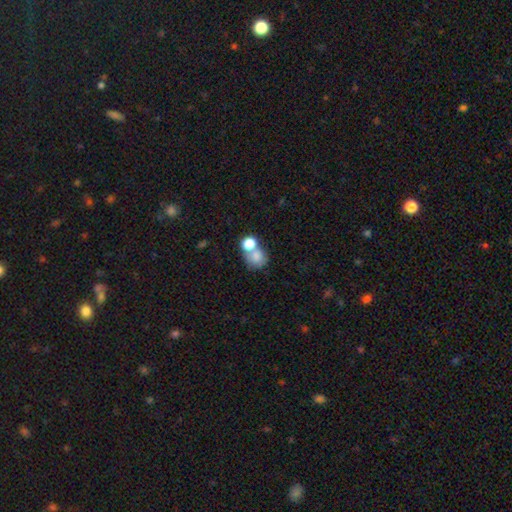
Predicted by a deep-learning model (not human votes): Q: Smooth or featured?
A: smooth (76%); runner-up: featured or disk (12%)
Q: How rounded?
A: round (72%); runner-up: in between (27%)
Q: Merging?
A: merger (49%); runner-up: none (36%)